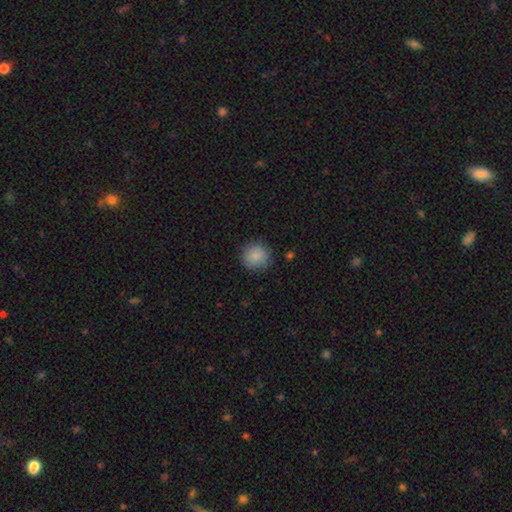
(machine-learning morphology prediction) Overall: smooth (86%). How rounded: round (92%). Merging: none (87%).